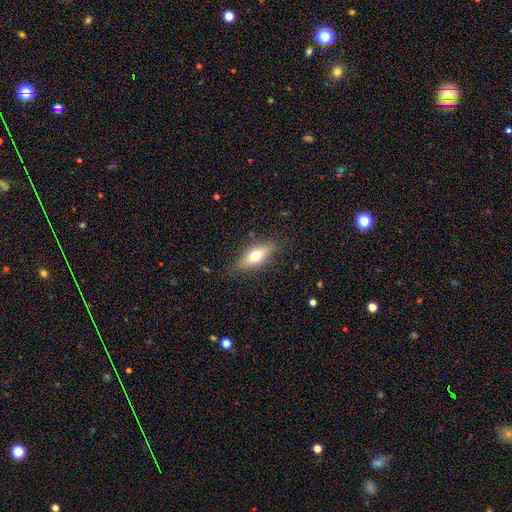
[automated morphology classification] Q: Smooth or featured?
A: smooth (55%); runner-up: featured or disk (37%)
Q: How rounded?
A: in between (67%); runner-up: cigar-shaped (27%)
Q: Merging?
A: none (81%); runner-up: minor disturbance (14%)